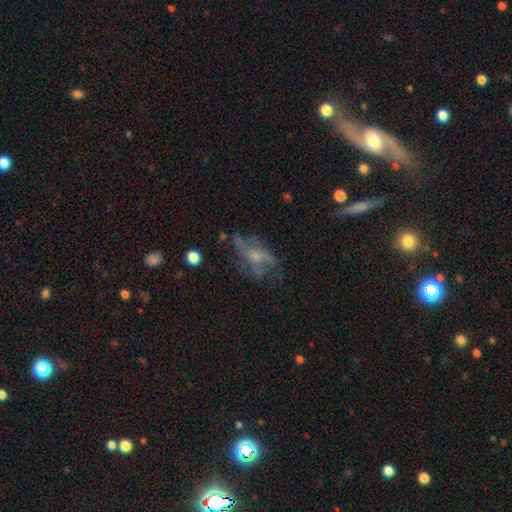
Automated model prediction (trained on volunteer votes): featured or disk 57%, smooth 31%, star or artifact 12%. Down the decision tree: edge-on disk — no (92%); bar — no (73%); spiral arms — yes (51%); bulge size — small (46%); merging — none (48%).